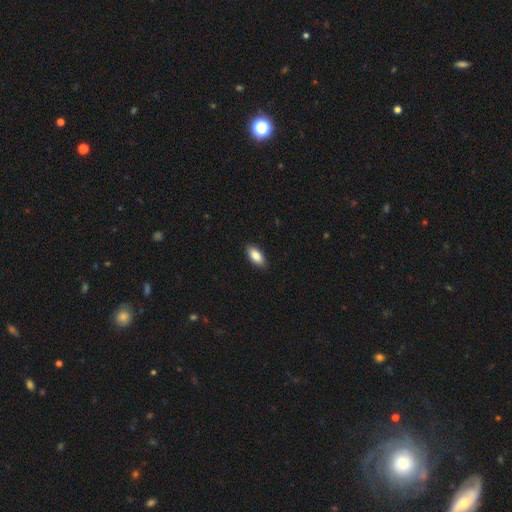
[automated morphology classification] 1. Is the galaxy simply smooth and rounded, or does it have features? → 85% smooth, 8% featured or disk, 6% star or artifact.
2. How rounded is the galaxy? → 88% in between, 10% cigar-shaped, 2% round.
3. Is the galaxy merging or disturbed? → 89% none, 8% minor disturbance, 2% major disturbance, 1% merger.